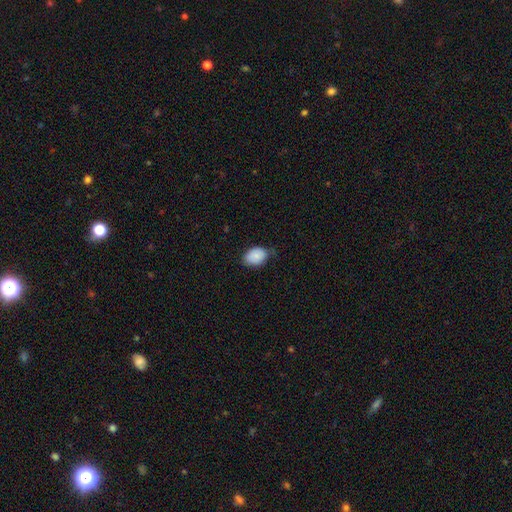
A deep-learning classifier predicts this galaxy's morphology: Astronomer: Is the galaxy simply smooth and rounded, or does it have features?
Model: smooth — 86%.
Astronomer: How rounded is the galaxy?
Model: in between — 81%.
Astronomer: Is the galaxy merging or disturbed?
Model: none — 66%.